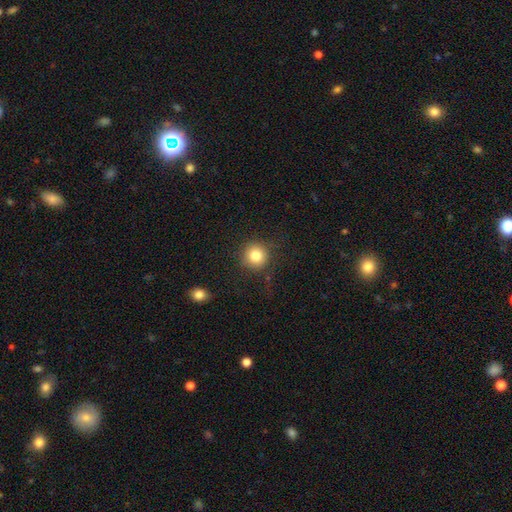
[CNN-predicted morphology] A smooth galaxy with no disk features (82%) that is round (94%). Merging: none (86%).